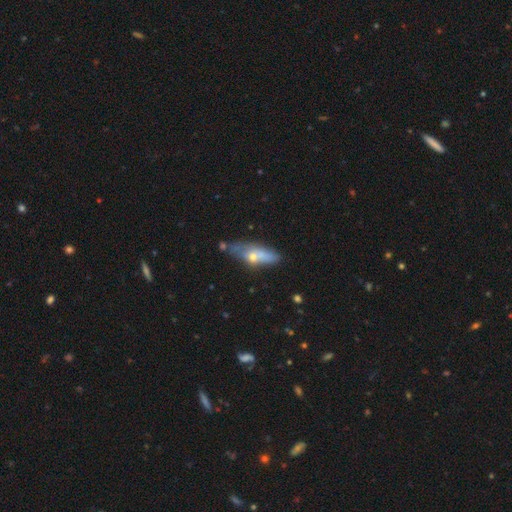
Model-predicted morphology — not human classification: Overall: smooth (56%; featured or disk 37%). How rounded: in between (59%; cigar-shaped 37%). Merging: none (41%; minor disturbance 25%).